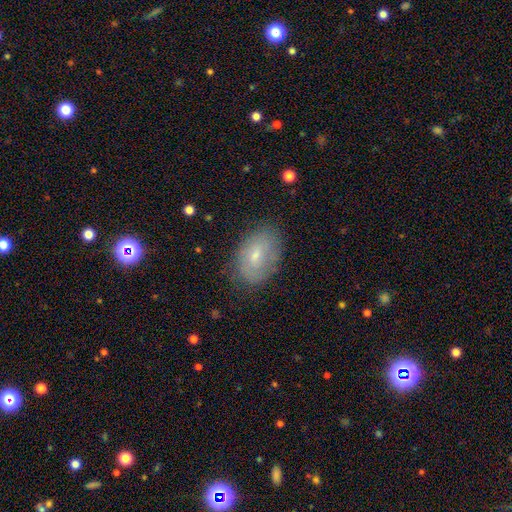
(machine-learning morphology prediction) This appears to be a smooth galaxy with no disk features (56%) that is in between round and cigar-shaped (87%). Merging: none (75%).